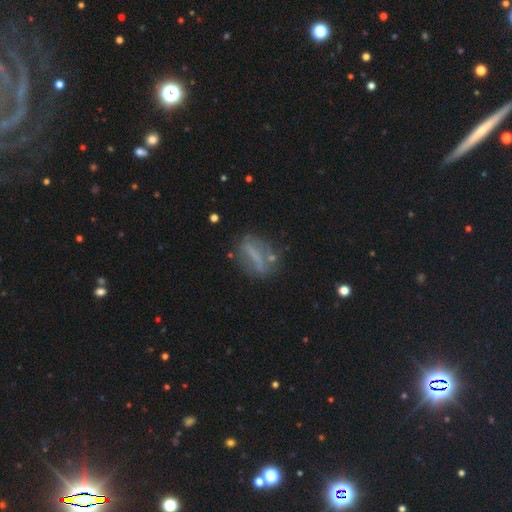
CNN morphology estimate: Smooth or featured? Predicted: featured or disk (p=0.46). Merging? Predicted: none (p=0.64).